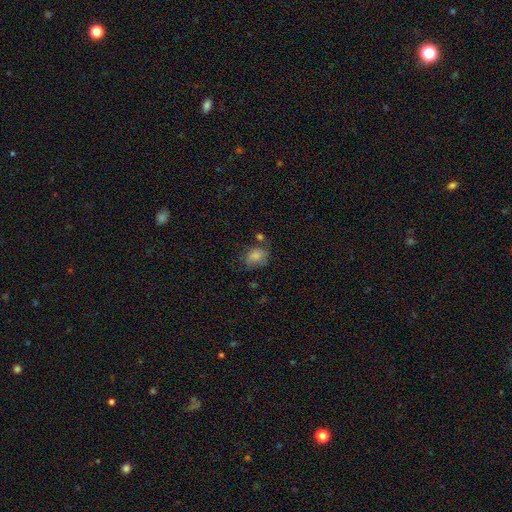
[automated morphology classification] type=smooth (79%); roundness=round (52%); merging=none (52%).